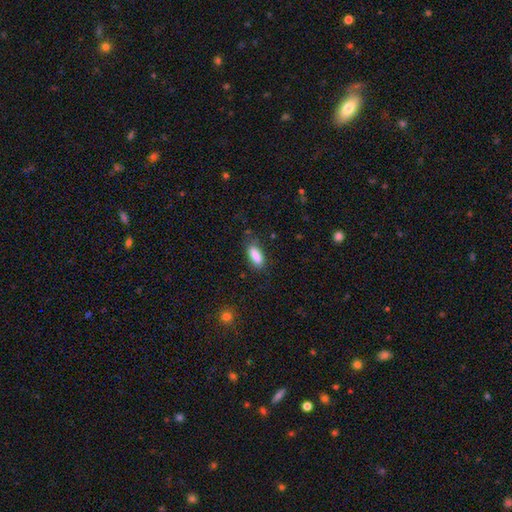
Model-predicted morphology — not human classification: Smooth or featured? Predicted: smooth (p=0.86). How rounded? Predicted: in between (p=0.78). Merging? Predicted: none (p=0.76).